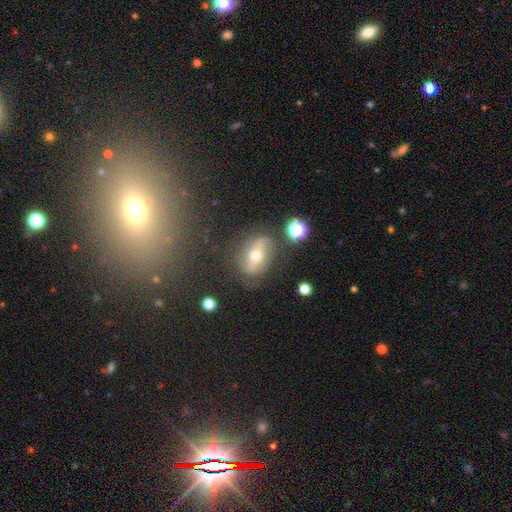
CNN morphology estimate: A featured or disk galaxy (63%) with a strong bar (51%), spiral arms (58%) and a moderate central bulge (72%).

Vote fractions:
- Smooth or featured? featured or disk: 63% / smooth: 27% / star or artifact: 10%
- Edge-on disk? no: 82% / yes: 18%
- Bar? strong: 51% / weak: 26% / no: 23%
- Spiral arms? yes: 58% / no: 42%
- Bulge size? moderate: 72% / small: 20% / large: 6% / dominant: 1% / none: 1%
- Merging? none: 73% / minor disturbance: 16% / major disturbance: 8% / merger: 3%